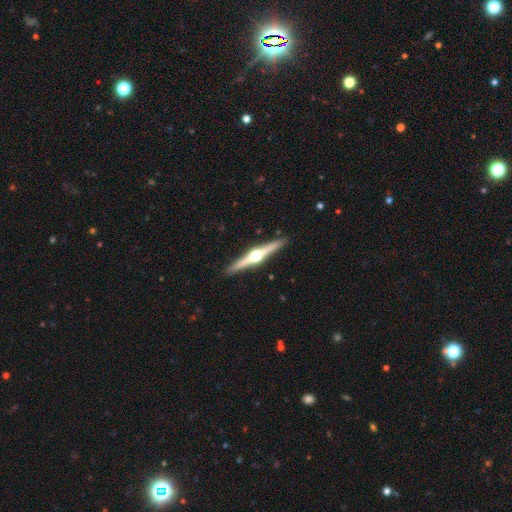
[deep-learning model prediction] A featured or disk galaxy (83%) viewed edge-on (99%) with a rounded central bulge (96%).

Vote fractions:
- Smooth or featured? featured or disk: 83% / smooth: 13% / star or artifact: 4%
- Edge-on disk? yes: 99% / no: 1%
- Edge-on bulge? rounded: 96% / boxy: 2% / none: 1%
- Merging? none: 92% / minor disturbance: 5% / major disturbance: 1% / merger: 1%